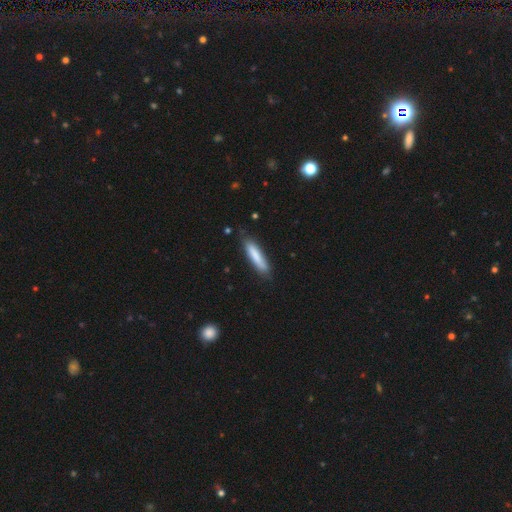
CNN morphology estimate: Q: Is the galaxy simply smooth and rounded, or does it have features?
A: smooth — 81%.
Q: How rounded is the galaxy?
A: cigar-shaped — 83%.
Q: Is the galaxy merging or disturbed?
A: none — 79%.